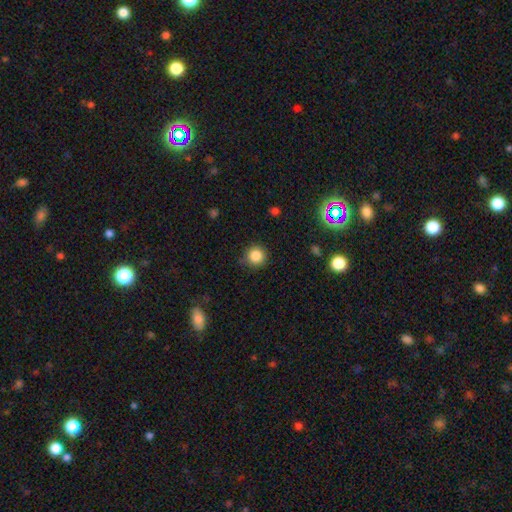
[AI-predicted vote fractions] Smooth or featured: smooth — 84% (star or artifact — 11%)
How rounded: round — 94% (in between — 5%)
Merging: none — 84% (minor disturbance — 12%)